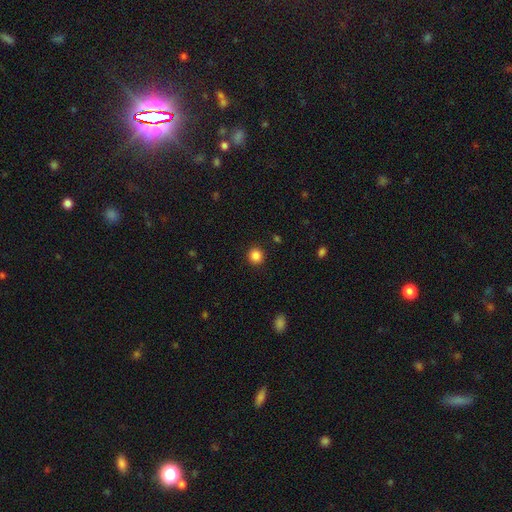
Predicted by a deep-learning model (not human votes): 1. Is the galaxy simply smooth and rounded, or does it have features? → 86% smooth, 11% star or artifact, 3% featured or disk.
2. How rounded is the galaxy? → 91% round, 8% in between, 1% cigar-shaped.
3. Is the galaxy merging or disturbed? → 92% none, 5% minor disturbance, 2% major disturbance, 1% merger.